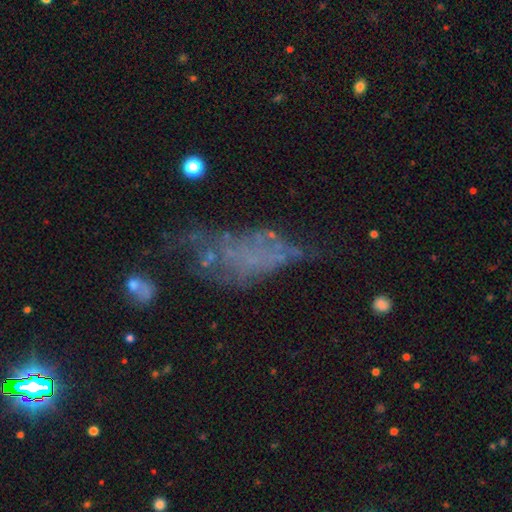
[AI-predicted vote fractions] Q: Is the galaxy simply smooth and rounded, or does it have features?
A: featured or disk — 49%.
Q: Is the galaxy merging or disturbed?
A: major disturbance — 42%.